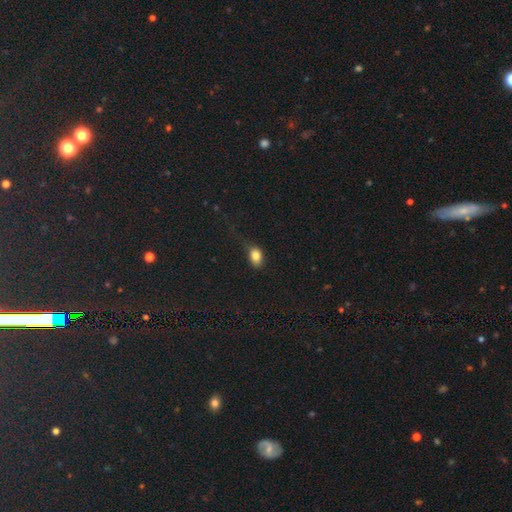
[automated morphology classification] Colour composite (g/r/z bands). It shows a smooth galaxy with no disk features (83%) that is in between round and cigar-shaped (80%). Merging: none (56%).